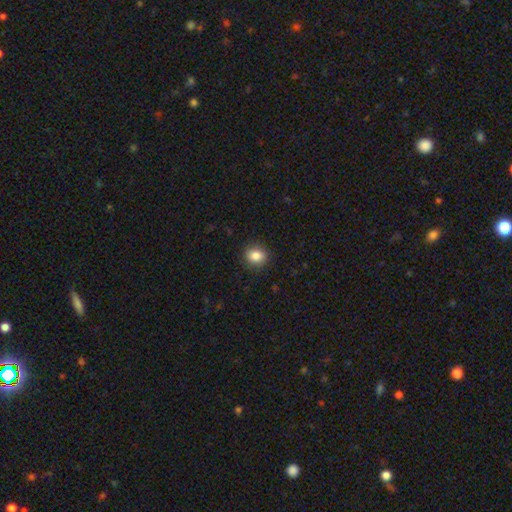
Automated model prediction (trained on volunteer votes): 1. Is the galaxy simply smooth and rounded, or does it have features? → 86% smooth, 10% star or artifact, 5% featured or disk.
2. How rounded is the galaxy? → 68% round, 31% in between, 1% cigar-shaped.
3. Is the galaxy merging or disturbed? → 90% none, 7% minor disturbance, 2% major disturbance, 1% merger.